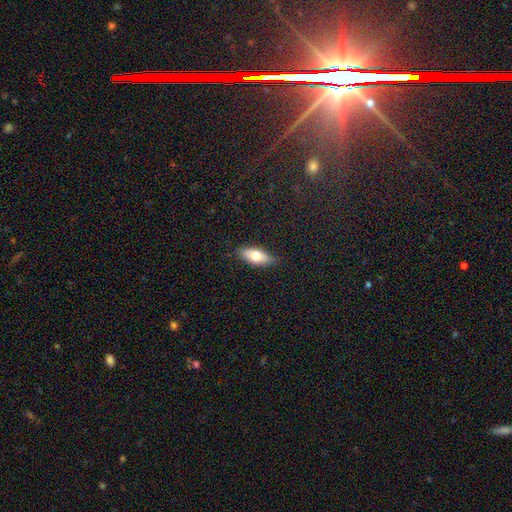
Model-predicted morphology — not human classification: Smooth or featured? smooth (72%)
How rounded? in between (81%)
Merging? none (85%)